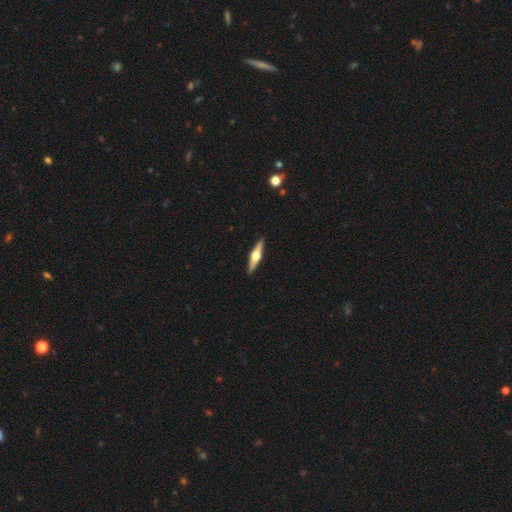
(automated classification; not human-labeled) Smooth or featured: featured or disk — 66% (smooth — 29%)
Edge-on disk: yes — 97% (no — 3%)
Edge-on bulge: rounded — 95% (boxy — 3%)
Merging: none — 92% (minor disturbance — 6%)